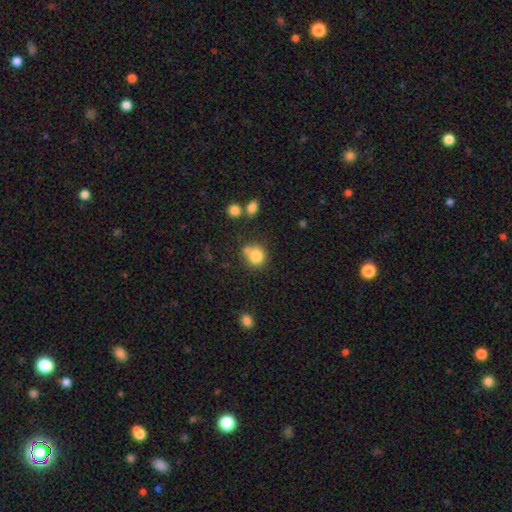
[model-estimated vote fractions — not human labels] A smooth galaxy with no disk features (82%) that is round (82%).

Vote fractions:
- Smooth or featured? smooth: 82% / star or artifact: 11% / featured or disk: 8%
- How rounded? round: 82% / in between: 17% / cigar-shaped: 1%
- Merging? none: 57% / merger: 22% / minor disturbance: 15% / major disturbance: 5%